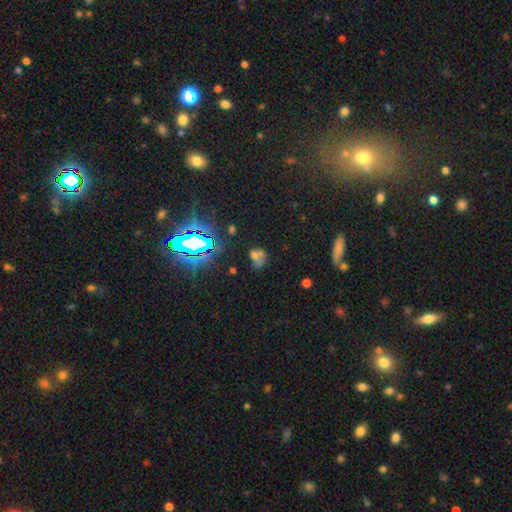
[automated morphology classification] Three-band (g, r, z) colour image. It shows a smooth galaxy with no disk features (46%). Merging: merger (39%).